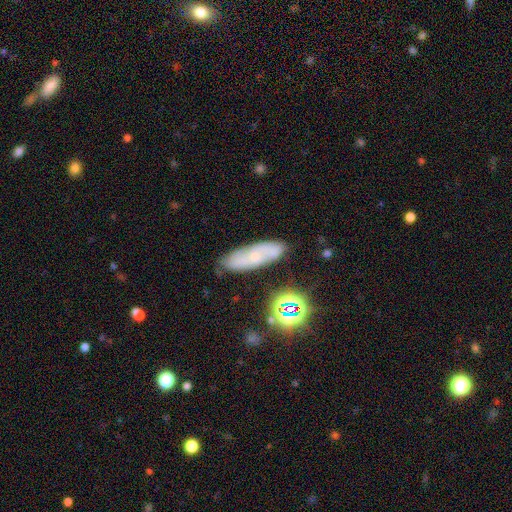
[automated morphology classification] smooth-or-featured: featured or disk: 45% | smooth: 40% | star or artifact: 14%
  merging: none: 78% | minor disturbance: 15% | major disturbance: 4% | merger: 4%